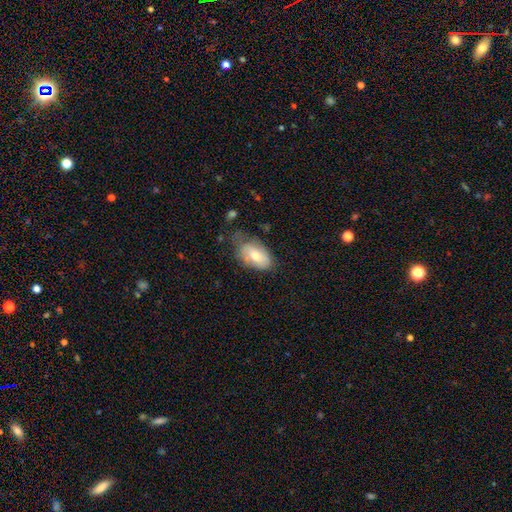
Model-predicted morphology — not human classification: Q: Smooth or featured?
A: smooth (66%); runner-up: featured or disk (27%)
Q: How rounded?
A: in between (92%); runner-up: round (6%)
Q: Merging?
A: none (51%); runner-up: minor disturbance (34%)